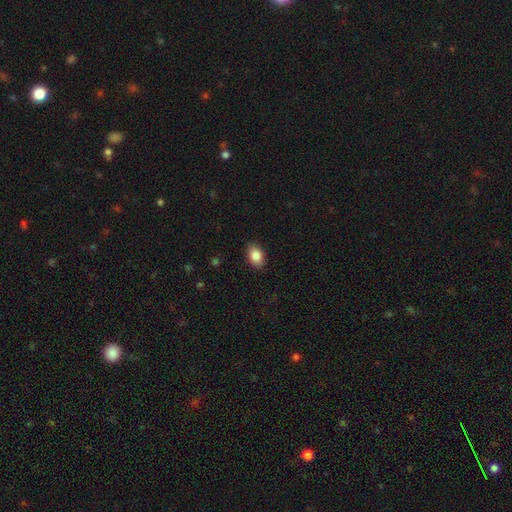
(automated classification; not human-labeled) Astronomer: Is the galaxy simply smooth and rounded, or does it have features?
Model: smooth — 85%.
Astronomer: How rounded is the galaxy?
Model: in between — 83%.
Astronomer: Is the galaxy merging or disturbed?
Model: none — 89%.